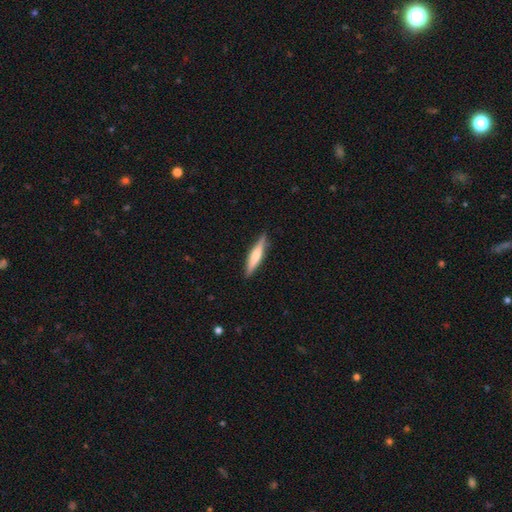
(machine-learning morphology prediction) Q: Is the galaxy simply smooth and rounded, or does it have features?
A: smooth — 58%.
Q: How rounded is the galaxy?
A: cigar-shaped — 88%.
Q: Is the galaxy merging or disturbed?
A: none — 89%.